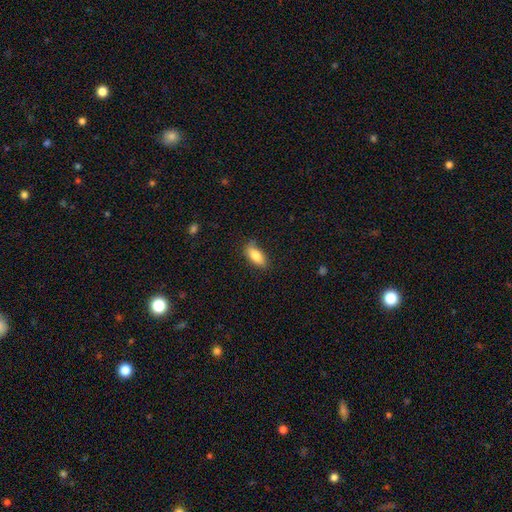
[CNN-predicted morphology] Smooth or featured?
  - smooth: 81% *
  - featured or disk: 12%
  - star or artifact: 7%
How rounded?
  - in between: 83% *
  - cigar-shaped: 15%
  - round: 3%
Merging?
  - none: 76% *
  - minor disturbance: 19%
  - major disturbance: 4%
  - merger: 1%